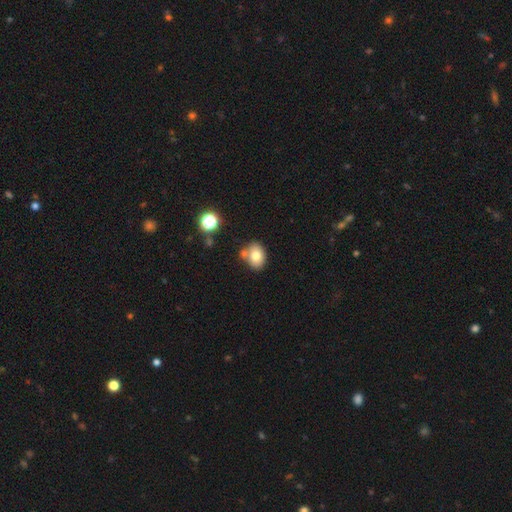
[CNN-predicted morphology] smooth_or_featured: smooth (p=0.76) [alt: featured or disk p=0.13]
how_rounded: in between (p=0.60) [alt: round p=0.39]
merging: none (p=0.63) [alt: merger p=0.19]